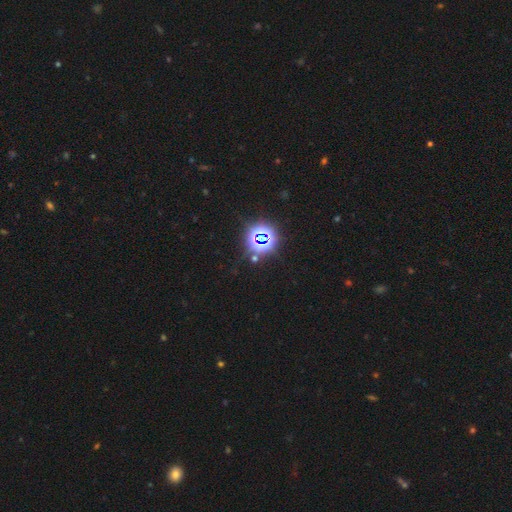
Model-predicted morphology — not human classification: The model was most divided on "smooth or featured": star or artifact: 77%, smooth: 15%, featured or disk: 8%.